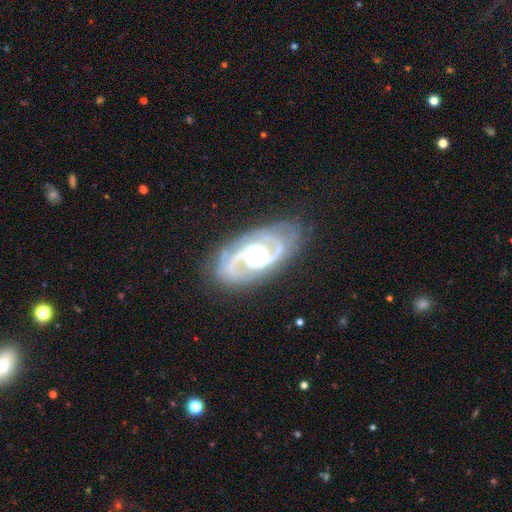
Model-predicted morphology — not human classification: A featured or disk galaxy (91%) with no bar (54%), 2 (88%) medium (52%) spiral arms (97%) and a moderate central bulge (49%).

Vote fractions:
- Smooth or featured? featured or disk: 91% / smooth: 5% / star or artifact: 4%
- Edge-on disk? no: 97% / yes: 3%
- Bar? no: 54% / weak: 32% / strong: 14%
- Spiral arms? yes: 97% / no: 3%
- Spiral winding? medium: 52% / tight: 35% / loose: 13%
- Spiral arm count? 2: 88% / 3: 4% / can't tell: 3% / 1: 2% / 4: 1% / more than 4: 1%
- Bulge size? moderate: 49% / large: 39% / small: 6% / dominant: 4% / none: 2%
- Merging? none: 79% / minor disturbance: 14% / major disturbance: 5% / merger: 1%